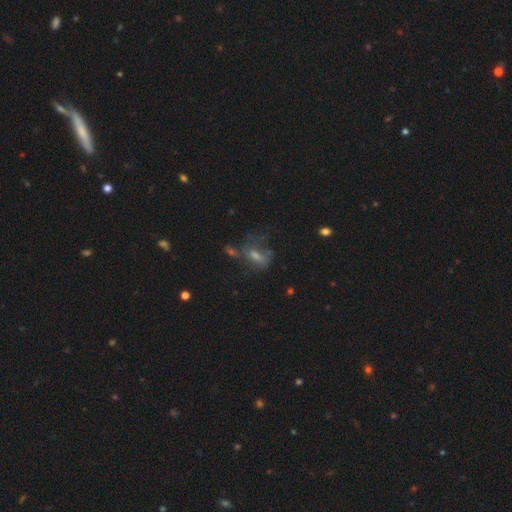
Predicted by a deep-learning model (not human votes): Smooth or featured? Predicted: featured or disk (p=0.37). Merging? Predicted: none (p=0.41).